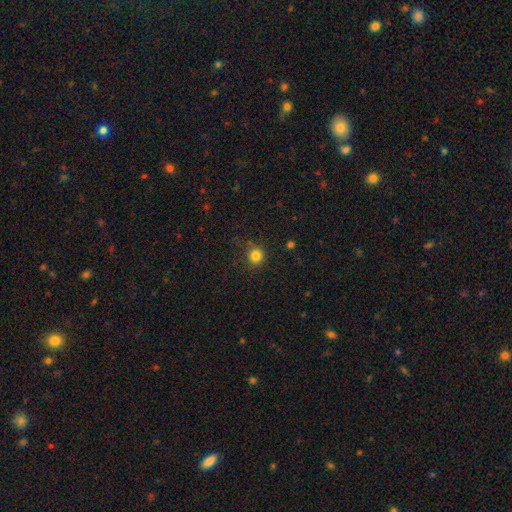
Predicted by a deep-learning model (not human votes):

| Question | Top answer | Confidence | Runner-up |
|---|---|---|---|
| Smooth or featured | smooth | 82% | star or artifact (13%) |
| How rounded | round | 92% | in between (7%) |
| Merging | none | 81% | minor disturbance (13%) |